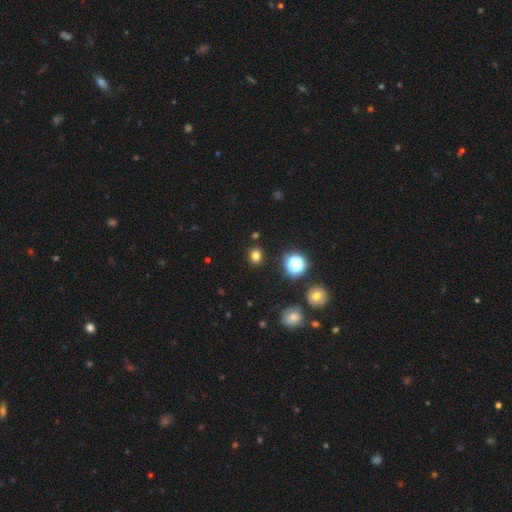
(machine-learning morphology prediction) Smooth or featured? Predicted: smooth (p=0.76). How rounded? Predicted: round (p=0.68). Merging? Predicted: none (p=0.89).